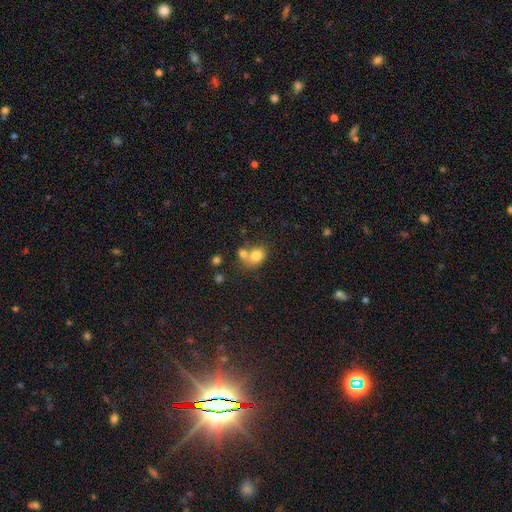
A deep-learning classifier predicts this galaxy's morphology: smooth 78%, featured or disk 12%, star or artifact 10%. Down the decision tree: how rounded — in between (52%); merging — merger (44%).